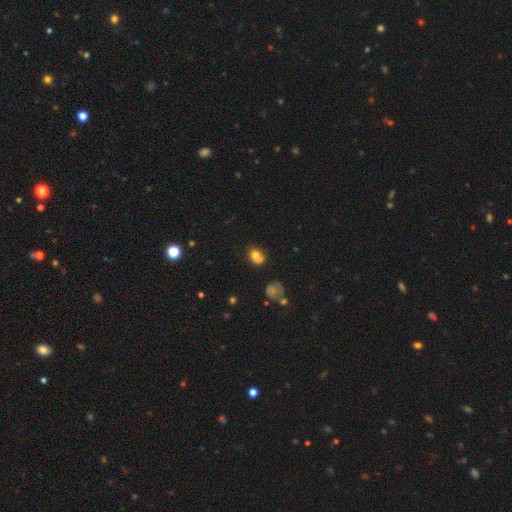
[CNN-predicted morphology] This is likely a smooth galaxy (74%). How rounded: possibly round (56%). Merging: marginally none (43%).